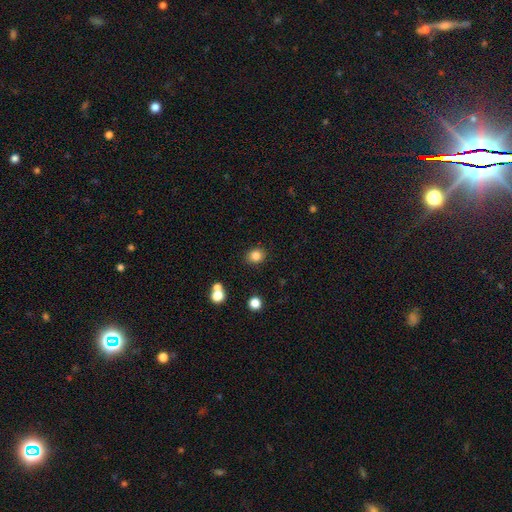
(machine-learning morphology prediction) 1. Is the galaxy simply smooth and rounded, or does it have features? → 84% smooth, 11% star or artifact, 5% featured or disk.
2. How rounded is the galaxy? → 69% round, 30% in between, 1% cigar-shaped.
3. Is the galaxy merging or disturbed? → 86% none, 8% minor disturbance, 3% merger, 3% major disturbance.